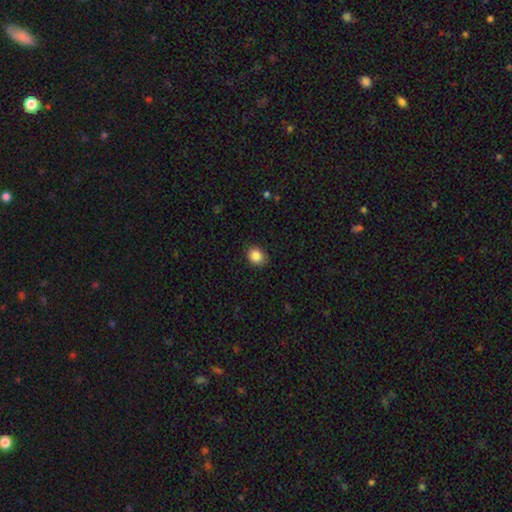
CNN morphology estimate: A smooth galaxy with no disk features (86%) that is round (57%).

Vote fractions:
- Smooth or featured? smooth: 86% / star or artifact: 9% / featured or disk: 4%
- How rounded? round: 57% / in between: 42% / cigar-shaped: 1%
- Merging? none: 83% / minor disturbance: 14% / major disturbance: 3% / merger: 1%